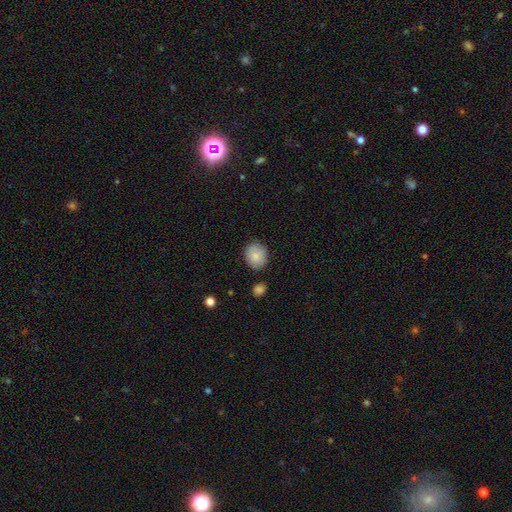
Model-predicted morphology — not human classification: A smooth galaxy with no disk features (86%) that is round (64%). Merging: none (80%).